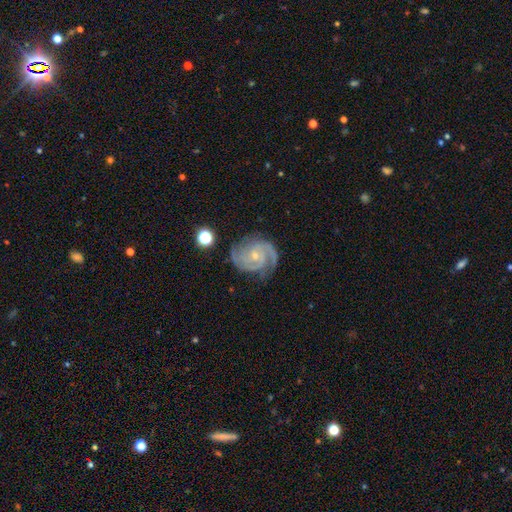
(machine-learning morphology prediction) Smooth or featured? Predicted: featured or disk (p=0.90). Edge-on disk? Predicted: no (p=0.98). Bar? Predicted: no (p=0.68). Spiral arms? Predicted: yes (p=0.98). Spiral winding? Predicted: tight (p=0.56). Spiral arm count? Predicted: 2 (p=0.54). Bulge size? Predicted: small (p=0.73). Merging? Predicted: none (p=0.76).